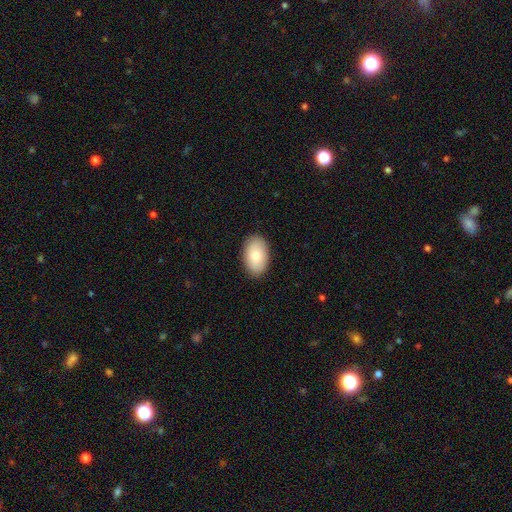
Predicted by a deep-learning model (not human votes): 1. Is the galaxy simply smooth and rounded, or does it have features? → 82% smooth, 12% featured or disk, 6% star or artifact.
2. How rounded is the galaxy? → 92% in between, 7% round, 1% cigar-shaped.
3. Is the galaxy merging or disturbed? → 89% none, 8% minor disturbance, 2% major disturbance, 1% merger.